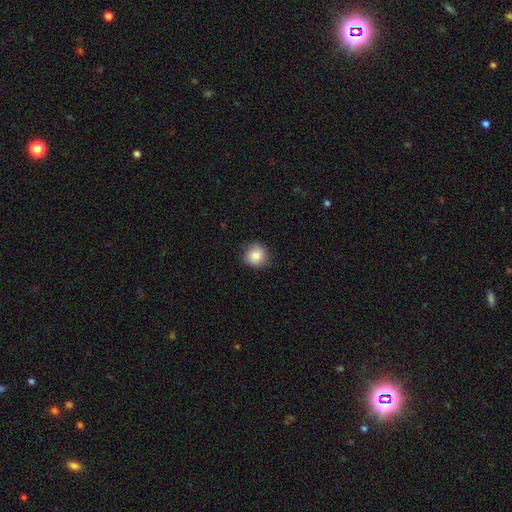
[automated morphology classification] A smooth galaxy with no disk features (82%) that is round (90%).

Vote fractions:
- Smooth or featured? smooth: 82% / star or artifact: 9% / featured or disk: 9%
- How rounded? round: 90% / in between: 9% / cigar-shaped: 1%
- Merging? none: 84% / minor disturbance: 13% / major disturbance: 3% / merger: 1%